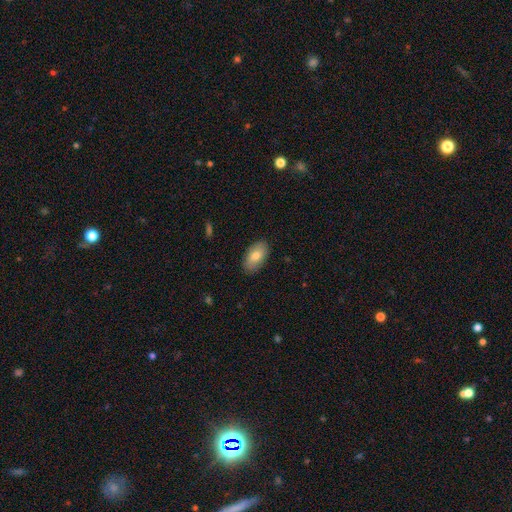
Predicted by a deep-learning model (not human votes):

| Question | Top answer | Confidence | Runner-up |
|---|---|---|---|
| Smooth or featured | smooth | 78% | featured or disk (16%) |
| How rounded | in between | 94% | round (4%) |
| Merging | none | 87% | minor disturbance (10%) |